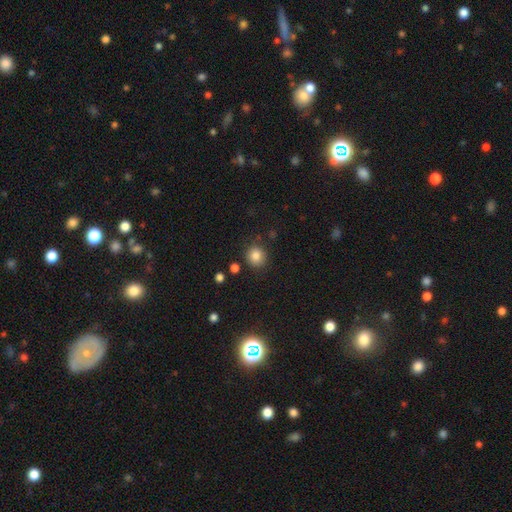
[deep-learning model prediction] Overall: smooth (84%). How rounded: round (89%). Merging: none (85%).